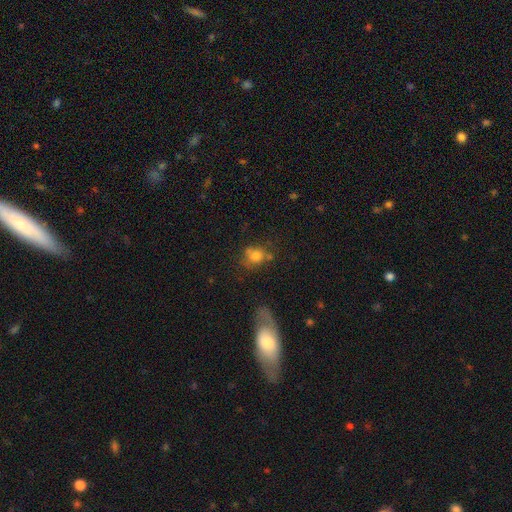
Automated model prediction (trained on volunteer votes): smooth-or-featured: smooth: 73% | featured or disk: 15% | star or artifact: 13%
  how-rounded: round: 63% | in between: 35% | cigar-shaped: 1%
  merging: none: 51% | minor disturbance: 22% | merger: 14% | major disturbance: 13%